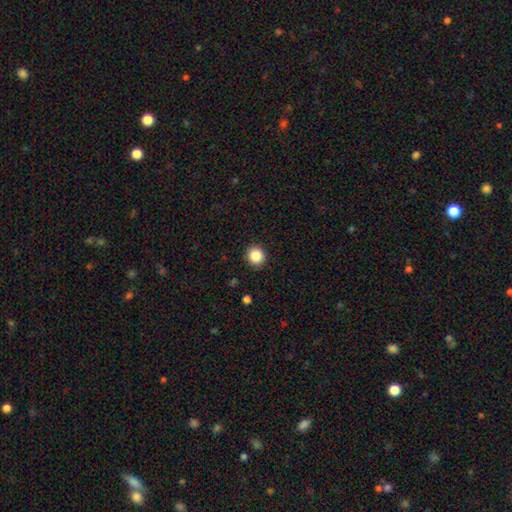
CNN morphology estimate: type=smooth (86%); roundness=round (92%); merging=none (92%).